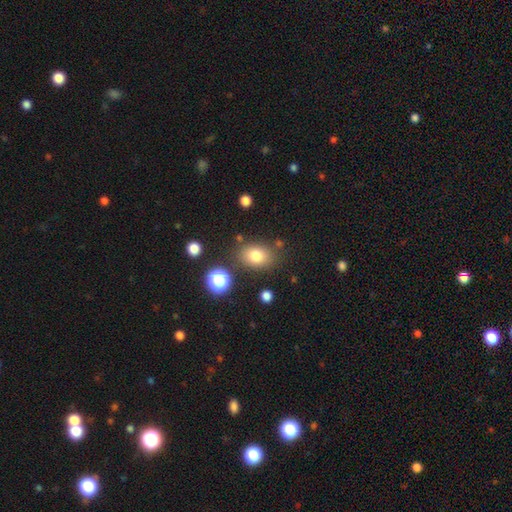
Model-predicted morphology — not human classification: Smooth or featured? smooth (78%)
How rounded? in between (69%)
Merging? none (79%)